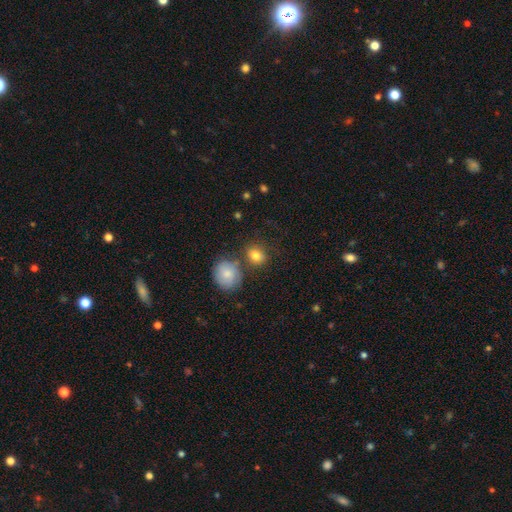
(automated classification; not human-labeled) The model was most divided on "how rounded": round: 61%, in between: 38%, cigar-shaped: 1%. More confident: smooth or featured — smooth (82%); merging — none (69%).